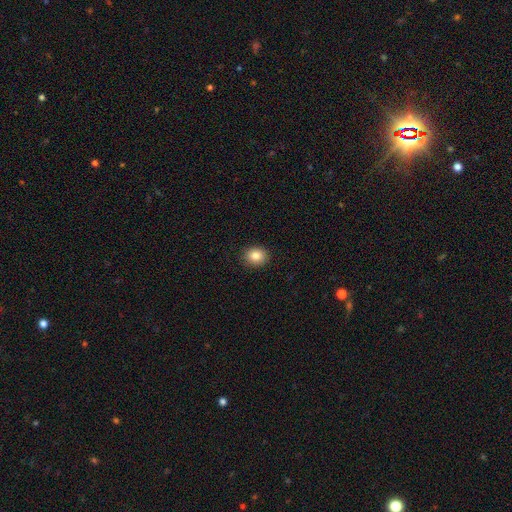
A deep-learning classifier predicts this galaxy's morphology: Smooth or featured: smooth — 84% (star or artifact — 10%)
How rounded: round — 65% (in between — 34%)
Merging: none — 90% (minor disturbance — 7%)